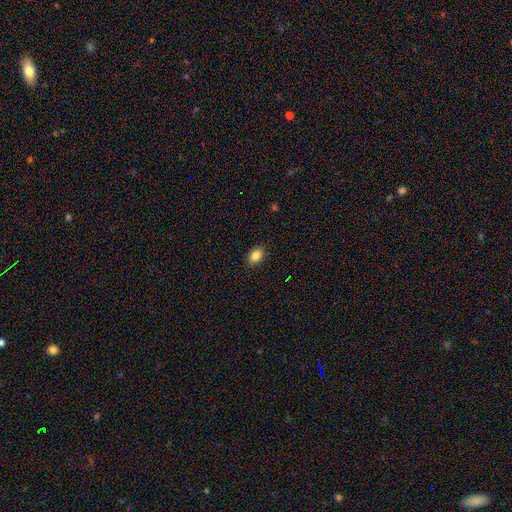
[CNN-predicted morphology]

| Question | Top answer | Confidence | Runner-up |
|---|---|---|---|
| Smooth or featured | smooth | 86% | star or artifact (9%) |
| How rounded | in between | 84% | round (15%) |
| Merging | none | 88% | minor disturbance (9%) |